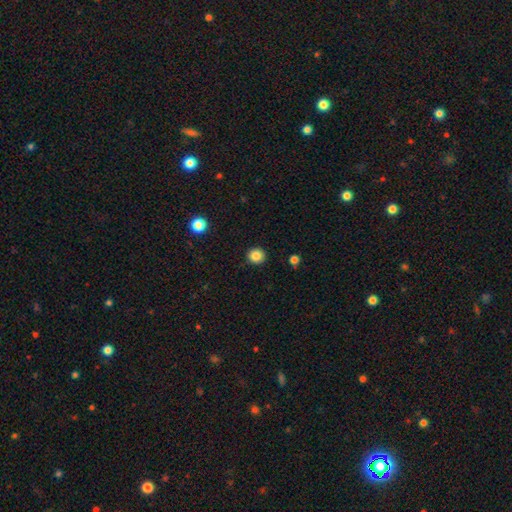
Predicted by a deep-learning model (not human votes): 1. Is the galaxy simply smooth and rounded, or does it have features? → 85% smooth, 10% star or artifact, 4% featured or disk.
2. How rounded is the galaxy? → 89% round, 10% in between, 1% cigar-shaped.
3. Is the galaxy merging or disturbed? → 92% none, 6% minor disturbance, 2% major disturbance, 1% merger.